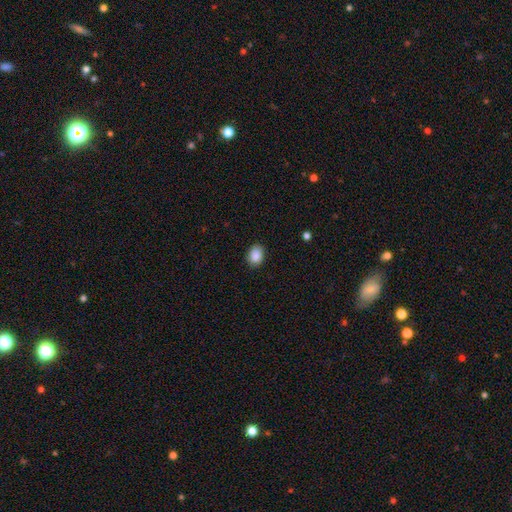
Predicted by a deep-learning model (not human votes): smooth 88%, star or artifact 8%, featured or disk 4%. Down the decision tree: how rounded — in between (68%); merging — none (84%).